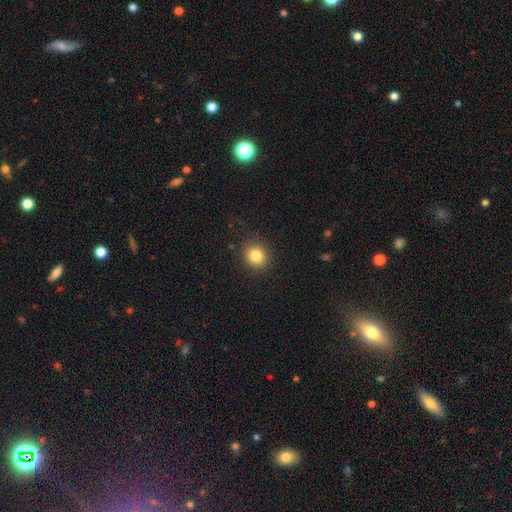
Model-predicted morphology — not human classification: Smooth or featured? Predicted: smooth (p=0.83). How rounded? Predicted: round (p=0.83). Merging? Predicted: none (p=0.88).